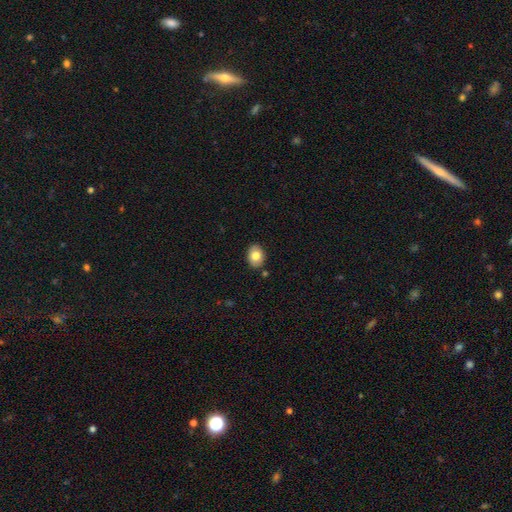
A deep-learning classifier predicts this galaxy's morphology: Q: Smooth or featured?
A: smooth (78%); runner-up: featured or disk (14%)
Q: How rounded?
A: in between (63%); runner-up: round (36%)
Q: Merging?
A: none (86%); runner-up: minor disturbance (9%)